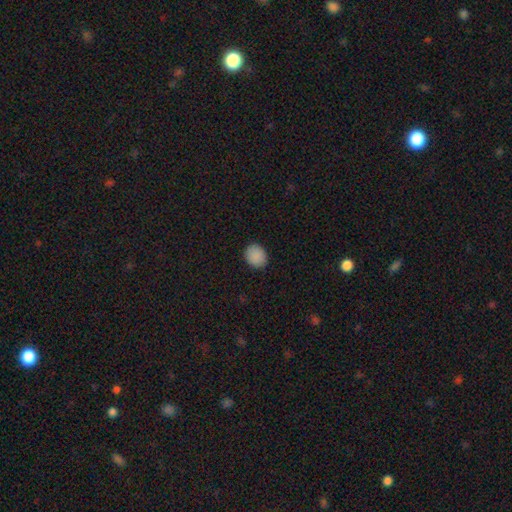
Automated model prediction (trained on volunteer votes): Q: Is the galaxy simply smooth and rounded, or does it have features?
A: smooth — 89%.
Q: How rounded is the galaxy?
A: round — 66%.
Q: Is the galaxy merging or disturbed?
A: none — 89%.